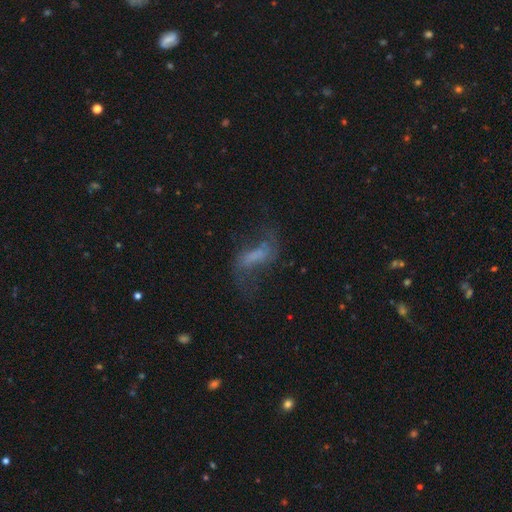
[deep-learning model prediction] Smooth or featured?
  - featured or disk: 67% *
  - smooth: 20%
  - star or artifact: 13%
Edge-on disk?
  - no: 93% *
  - yes: 7%
Bar?
  - weak: 40% *
  - strong: 34%
  - no: 26%
Spiral arms?
  - yes: 83% *
  - no: 17%
Spiral winding?
  - loose: 81% *
  - medium: 15%
  - tight: 4%
Spiral arm count?
  - 2: 88% *
  - can't tell: 5%
  - 1: 4%
  - 3: 1%
  - 4: 1%
  - more than 4: 1%
Bulge size?
  - none: 55% *
  - small: 21%
  - moderate: 15%
  - large: 7%
  - dominant: 2%
Merging?
  - none: 54% *
  - major disturbance: 24%
  - minor disturbance: 18%
  - merger: 4%